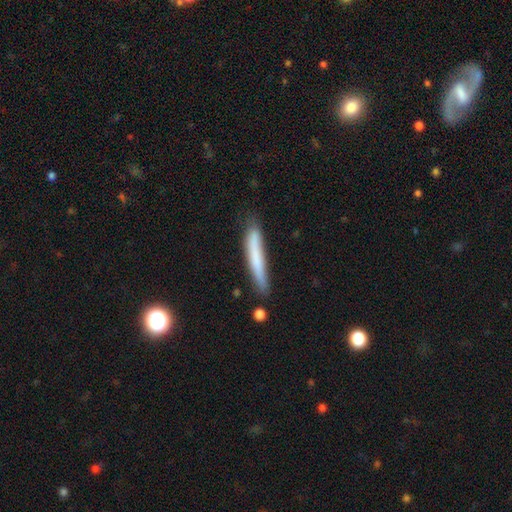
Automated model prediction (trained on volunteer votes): The model was most divided on "smooth or featured": smooth: 69%, featured or disk: 24%, star or artifact: 7%. More confident: how rounded — cigar-shaped (95%); merging — none (73%).